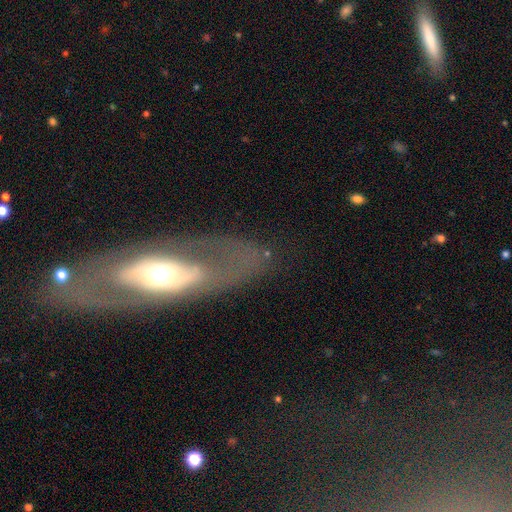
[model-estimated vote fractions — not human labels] A featured or disk galaxy (66%) with no bar (65%), no spiral arms (60%) and a moderate central bulge (61%). Merging: none (58%).